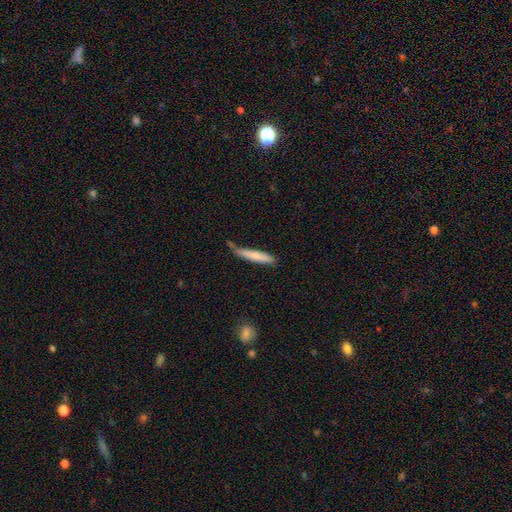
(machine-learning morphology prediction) Smooth or featured? smooth (77%)
How rounded? cigar-shaped (92%)
Merging? none (63%)